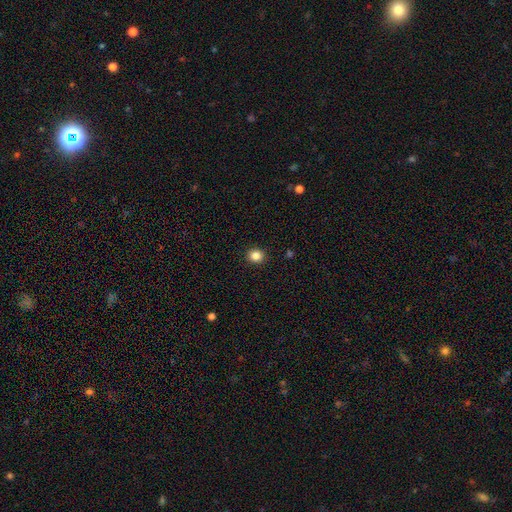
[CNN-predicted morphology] type=smooth (84%); roundness=round (82%); merging=none (92%).